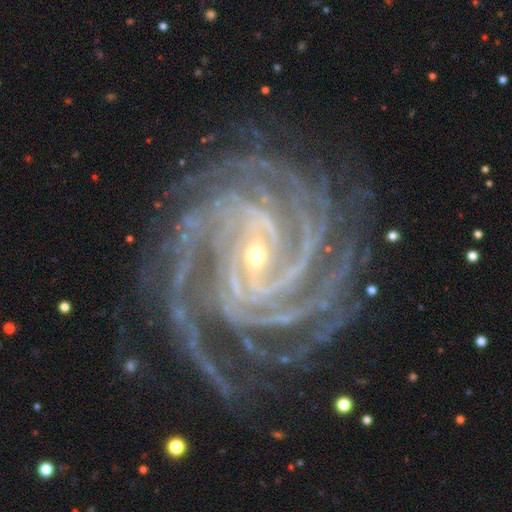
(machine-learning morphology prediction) This appears to be a featured or disk galaxy (93%) with a strong bar (44%), 4 (35%) tight (81%) spiral arms (99%) and a small central bulge (73%). Merging: none (80%).